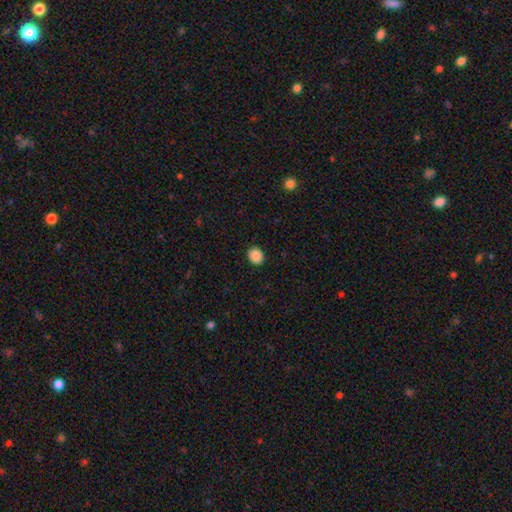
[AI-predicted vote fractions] smooth 88%, star or artifact 9%, featured or disk 3%. Down the decision tree: how rounded — round (69%); merging — none (91%).